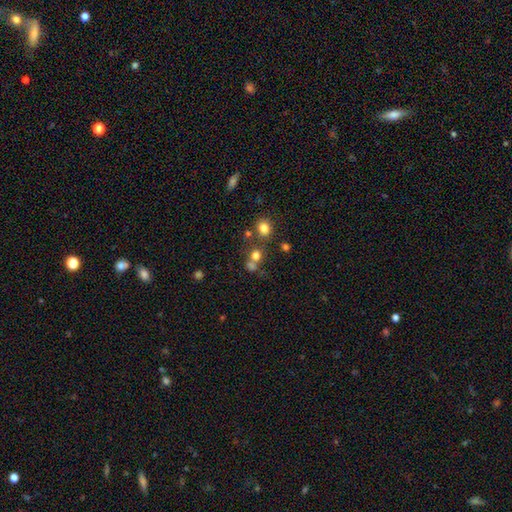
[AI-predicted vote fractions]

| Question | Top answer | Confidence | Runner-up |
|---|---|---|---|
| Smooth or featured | smooth | 72% | star or artifact (17%) |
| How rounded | round | 80% | in between (18%) |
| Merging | none | 52% | merger (35%) |